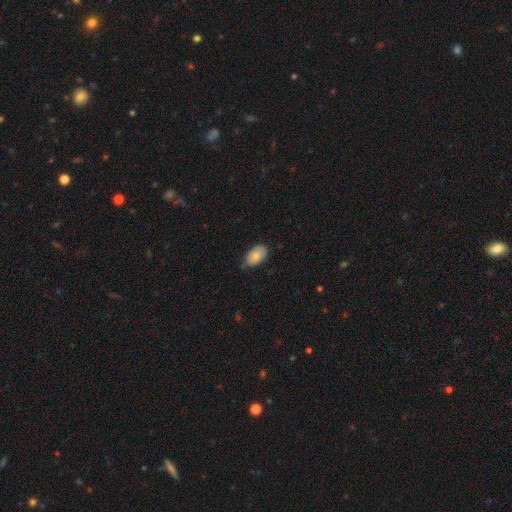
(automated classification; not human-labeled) The model was most divided on "merging": none: 68%, minor disturbance: 27%, major disturbance: 4%, merger: 2%. More confident: how rounded — in between (93%); smooth or featured — smooth (83%).